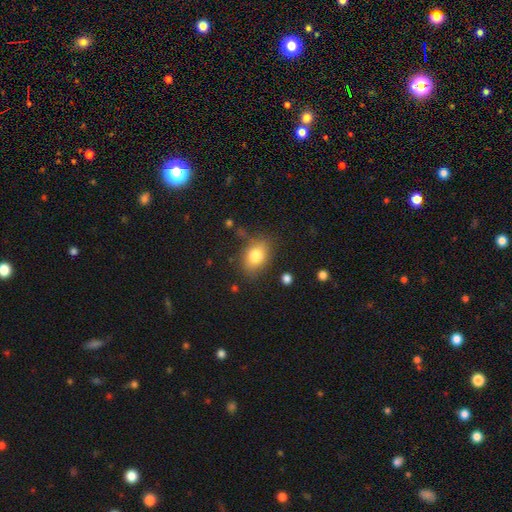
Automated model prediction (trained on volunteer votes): Q: Smooth or featured?
A: smooth (79%); runner-up: featured or disk (12%)
Q: How rounded?
A: in between (75%); runner-up: round (23%)
Q: Merging?
A: none (76%); runner-up: minor disturbance (17%)